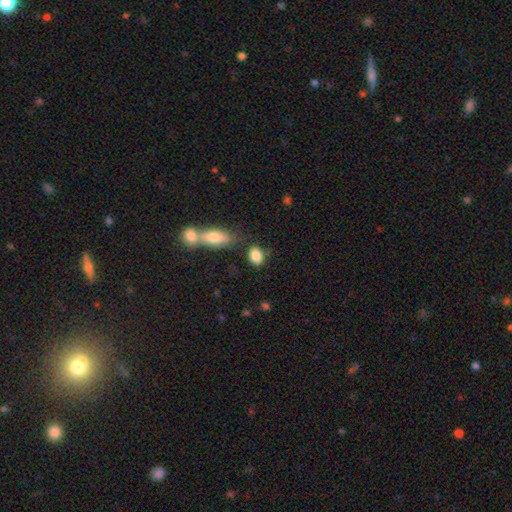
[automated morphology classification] Q: Smooth or featured?
A: smooth (86%); runner-up: star or artifact (8%)
Q: How rounded?
A: in between (82%); runner-up: round (16%)
Q: Merging?
A: none (65%); runner-up: minor disturbance (17%)